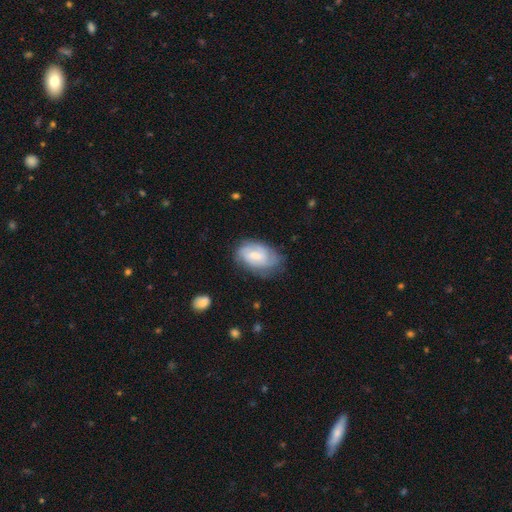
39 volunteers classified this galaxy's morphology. This is possibly a featured or disk galaxy (59%). It is clearly not viewed edge-on (96%). Bar: possibly no (55%). Spiral arm pattern: clearly yes (82%). Spiral arm count: likely can't tell (61%). Spiral winding: clearly tight (89%). Central bulge: likely moderate (68%). Merging: likely none (73%).